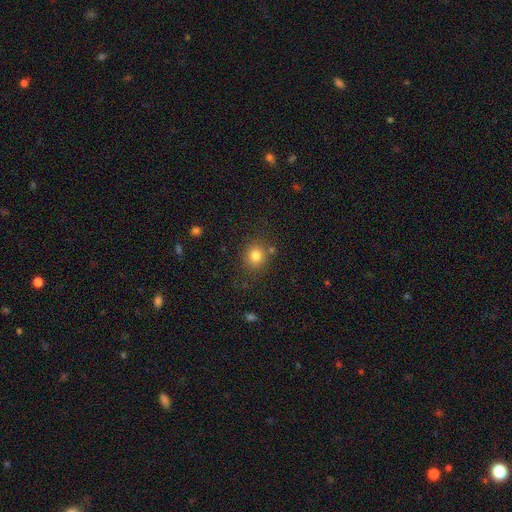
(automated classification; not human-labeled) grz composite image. It shows a smooth galaxy with no disk features (81%) that is round (82%). Merging: none (79%).